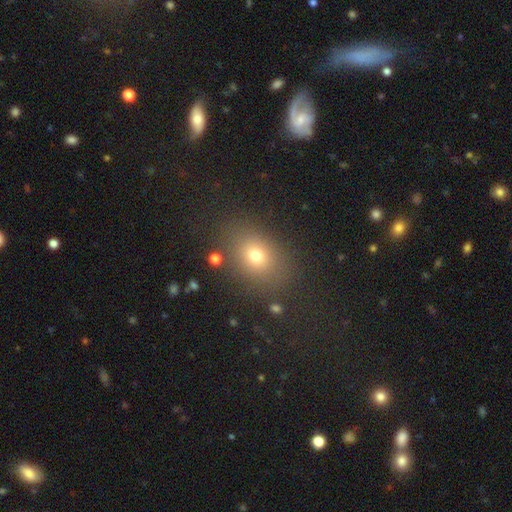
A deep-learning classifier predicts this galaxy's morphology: Smooth or featured? Predicted: smooth (p=0.69). How rounded? Predicted: in between (p=0.62). Merging? Predicted: none (p=0.82).